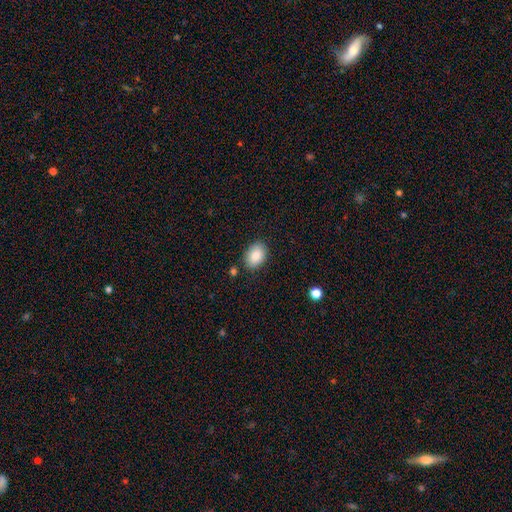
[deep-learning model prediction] smooth_or_featured: smooth (p=0.86) [alt: star or artifact p=0.07]
how_rounded: in between (p=0.81) [alt: round p=0.17]
merging: none (p=0.83) [alt: minor disturbance p=0.12]